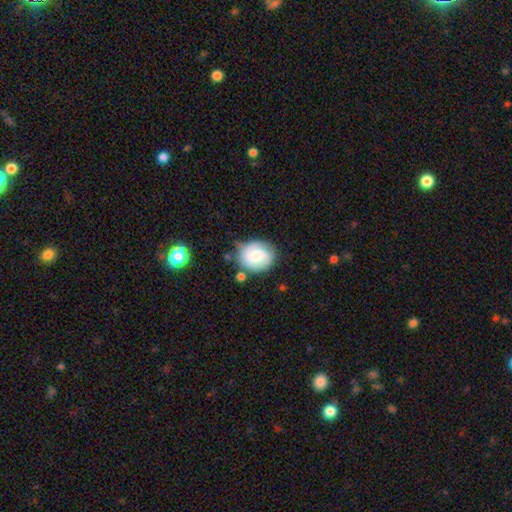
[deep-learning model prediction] This appears to be a smooth galaxy with no disk features (47%). Merging: none (66%).